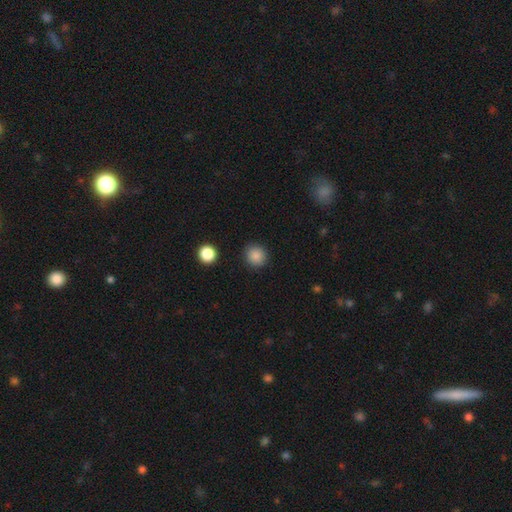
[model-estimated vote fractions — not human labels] smooth 87%, star or artifact 10%, featured or disk 3%. Down the decision tree: how rounded — round (91%); merging — none (90%).